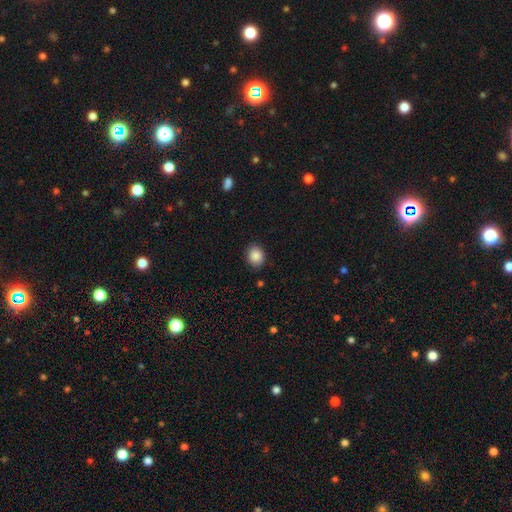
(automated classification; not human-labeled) This appears to be a smooth galaxy with no disk features (88%) that is round (56%). Merging: none (87%).